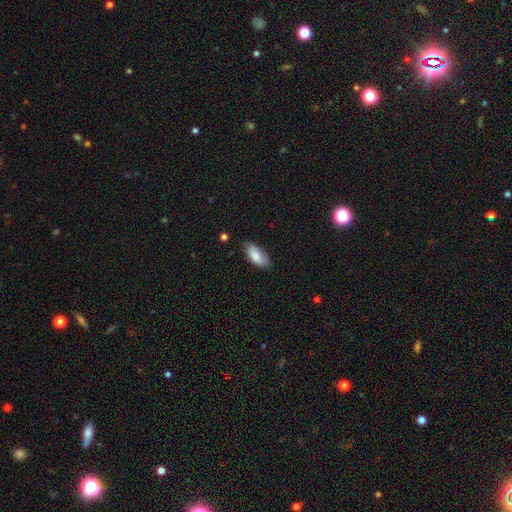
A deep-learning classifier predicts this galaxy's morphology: This is clearly a smooth galaxy (82%). How rounded: clearly in between (89%). Merging: likely none (71%).